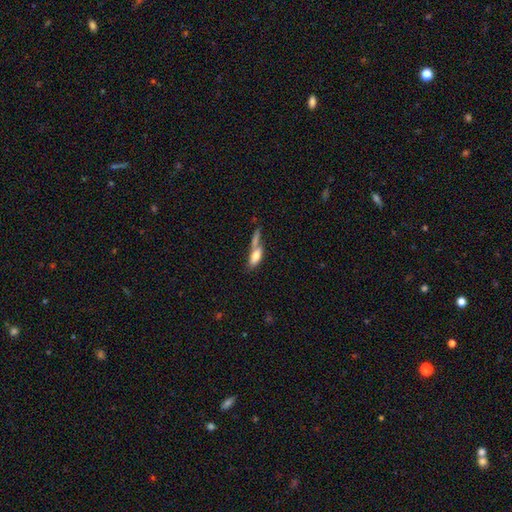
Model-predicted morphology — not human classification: This appears to be a smooth galaxy with no disk features (70%) that is in between round and cigar-shaped (62%). Merging: merger (44%).